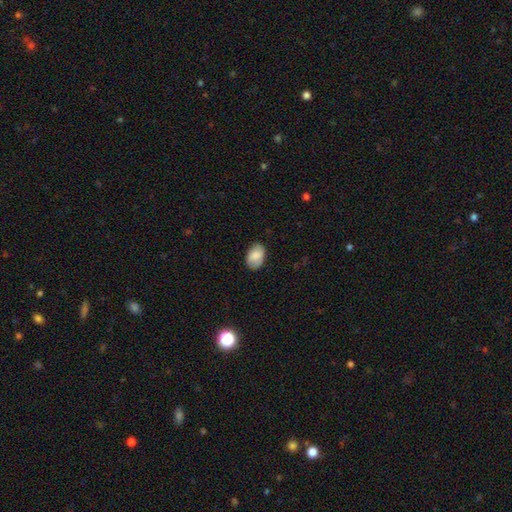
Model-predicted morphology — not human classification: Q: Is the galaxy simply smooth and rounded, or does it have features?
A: smooth — 84%.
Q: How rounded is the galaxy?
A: in between — 87%.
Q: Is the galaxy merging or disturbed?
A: none — 79%.